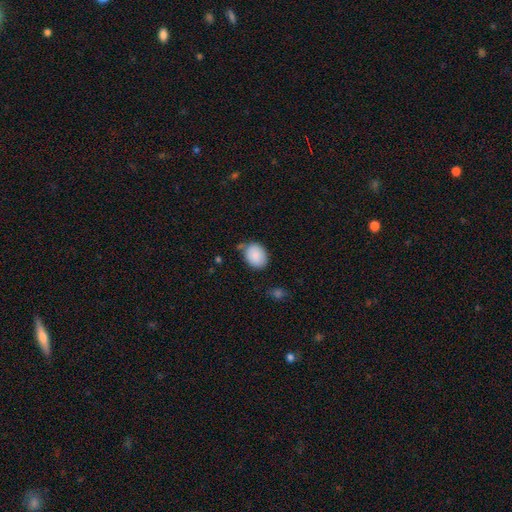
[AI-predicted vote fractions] Smooth or featured: smooth — 89% (star or artifact — 7%)
How rounded: in between — 63% (round — 36%)
Merging: none — 72% (minor disturbance — 19%)